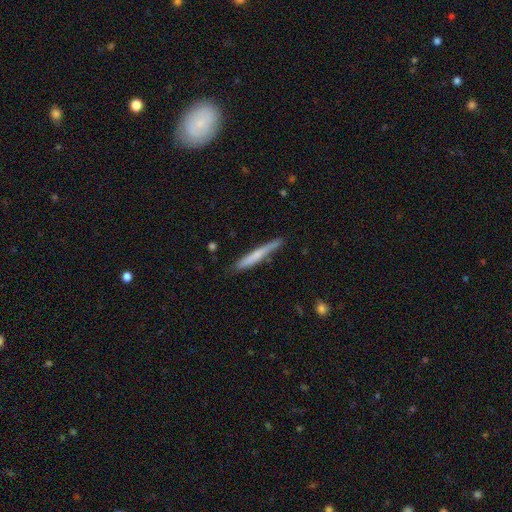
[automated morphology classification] smooth-or-featured: smooth: 59% | featured or disk: 35% | star or artifact: 5%
  how-rounded: cigar-shaped: 96% | in between: 3% | round: 1%
  merging: none: 77% | minor disturbance: 18% | major disturbance: 3% | merger: 2%